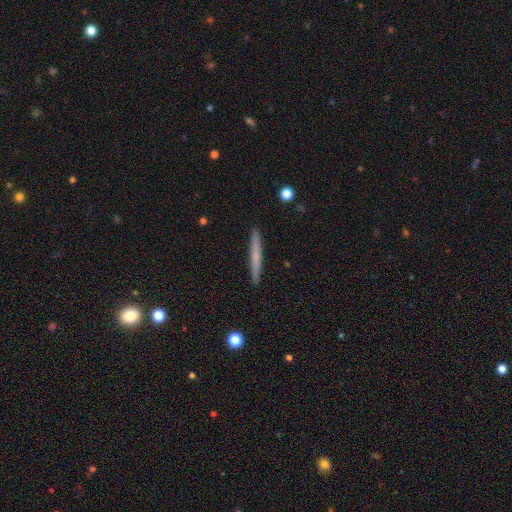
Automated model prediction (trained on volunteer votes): smooth_or_featured: smooth (p=0.57) [alt: featured or disk p=0.37]
how_rounded: cigar-shaped (p=0.97) [alt: in between p=0.02]
merging: none (p=0.92) [alt: minor disturbance p=0.05]